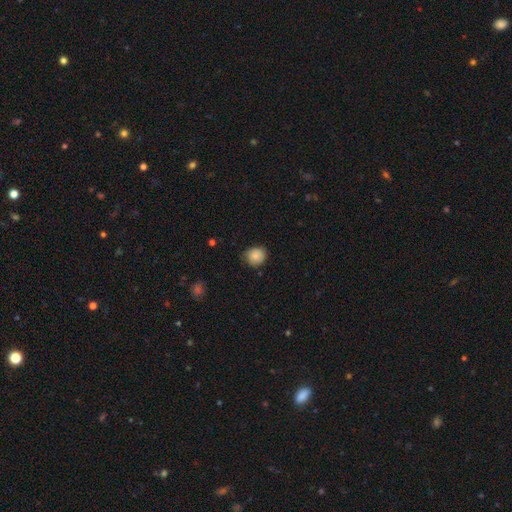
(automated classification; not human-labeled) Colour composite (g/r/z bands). It shows a smooth galaxy with no disk features (84%) that is round (83%). Merging: none (76%).